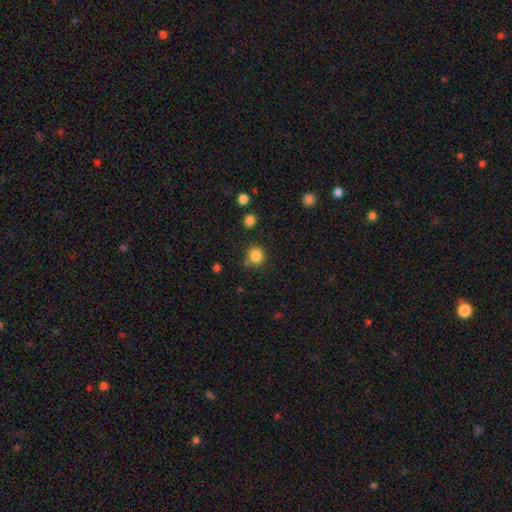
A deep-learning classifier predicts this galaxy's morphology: type=smooth (84%); roundness=round (89%); merging=none (78%).